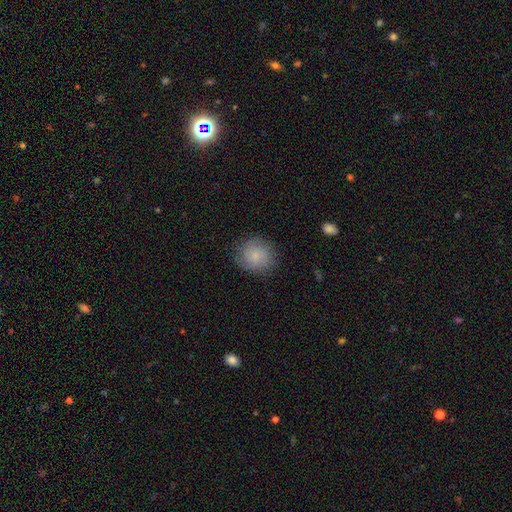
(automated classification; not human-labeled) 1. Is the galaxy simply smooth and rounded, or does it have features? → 79% smooth, 13% featured or disk, 8% star or artifact.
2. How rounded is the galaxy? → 87% round, 12% in between, 1% cigar-shaped.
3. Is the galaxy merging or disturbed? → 82% none, 13% minor disturbance, 4% major disturbance, 1% merger.